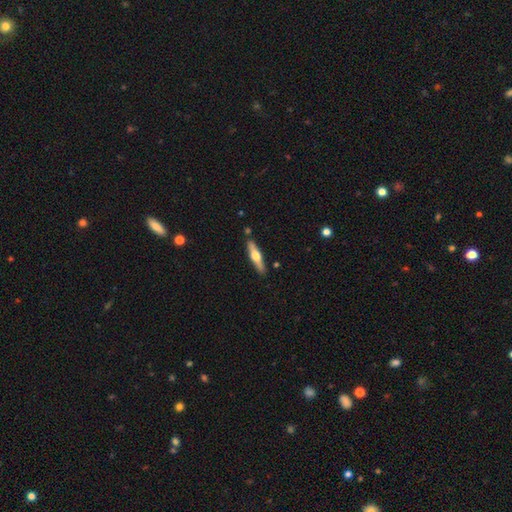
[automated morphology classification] smooth_or_featured: featured or disk (p=0.58) [alt: smooth p=0.37]
disk_edge_on: yes (p=0.94) [alt: no p=0.06]
edge_on_bulge: rounded (p=0.94) [alt: boxy p=0.03]
merging: none (p=0.87) [alt: minor disturbance p=0.08]